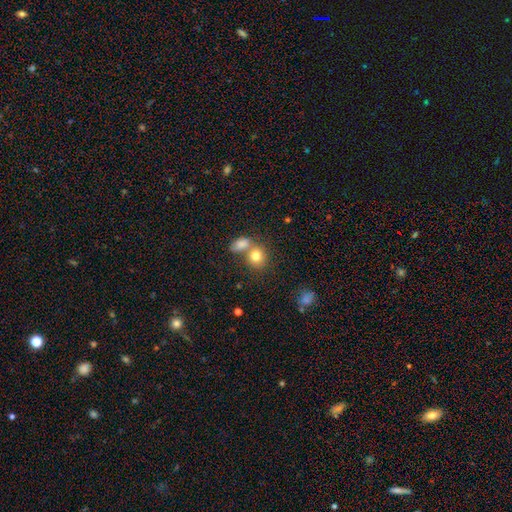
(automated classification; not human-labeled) This appears to be a smooth galaxy with no disk features (80%) that is round (70%). Merging: none (47%).